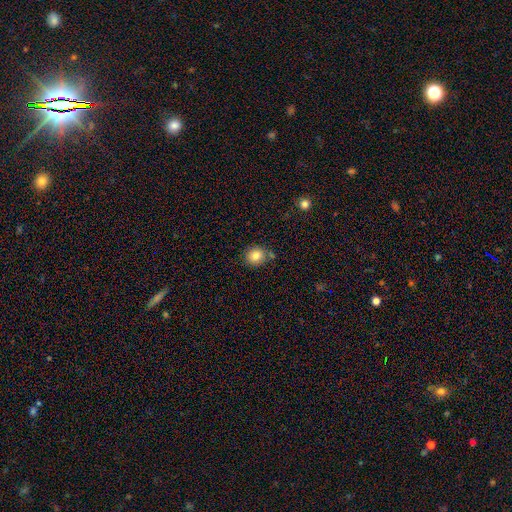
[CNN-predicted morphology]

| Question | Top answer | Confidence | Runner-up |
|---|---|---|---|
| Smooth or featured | smooth | 83% | star or artifact (10%) |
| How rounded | round | 82% | in between (17%) |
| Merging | none | 75% | minor disturbance (13%) |